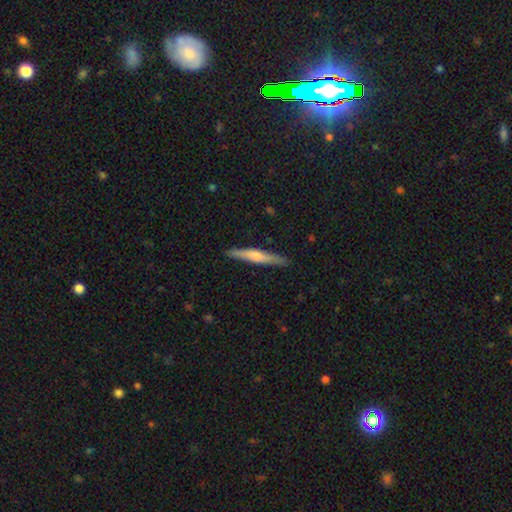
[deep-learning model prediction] A smooth galaxy with no disk features (49%).

Vote fractions:
- Smooth or featured? smooth: 49% / featured or disk: 46% / star or artifact: 5%
- Merging? none: 89% / minor disturbance: 8% / major disturbance: 1% / merger: 1%